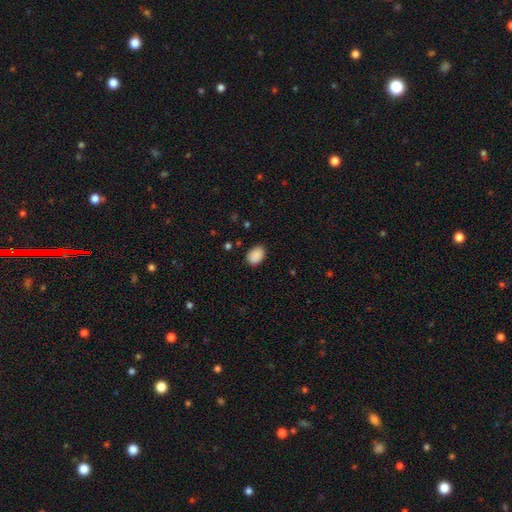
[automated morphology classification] Overall: smooth (89%). How rounded: in between (76%). Merging: none (85%).